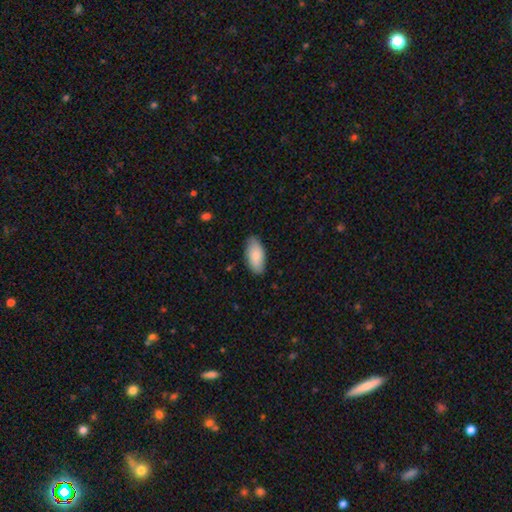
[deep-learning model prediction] smooth-or-featured: smooth: 82% | featured or disk: 13% | star or artifact: 6%
  how-rounded: in between: 93% | cigar-shaped: 5% | round: 2%
  merging: none: 83% | minor disturbance: 14% | major disturbance: 2% | merger: 1%